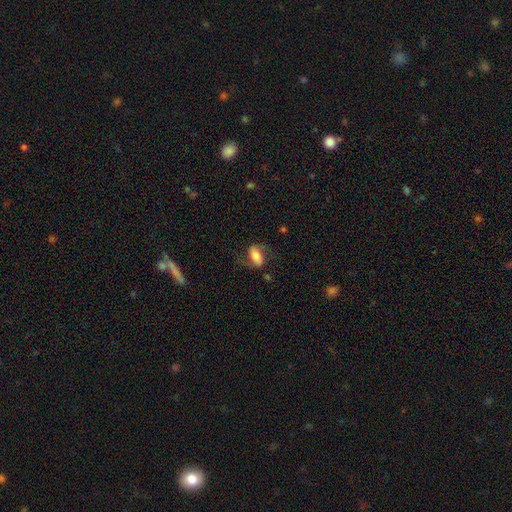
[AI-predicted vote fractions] smooth_or_featured: featured or disk (p=0.50) [alt: smooth p=0.42]
disk_edge_on: no (p=0.92) [alt: yes p=0.08]
merging: none (p=0.64) [alt: minor disturbance p=0.19]